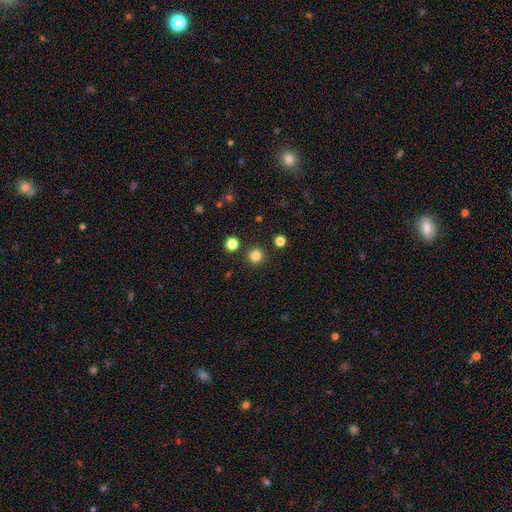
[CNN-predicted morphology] smooth 82%, star or artifact 14%, featured or disk 4%. Down the decision tree: how rounded — round (95%); merging — none (91%).